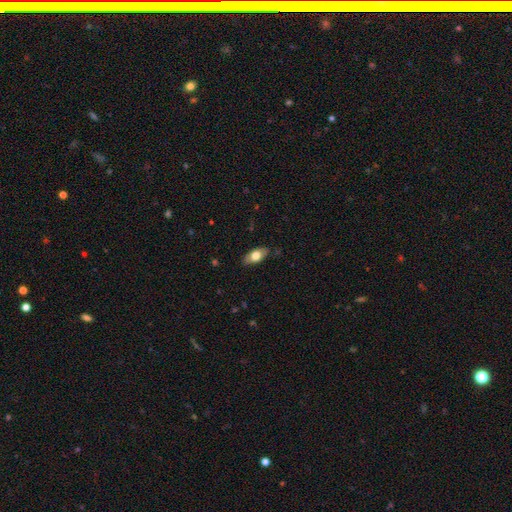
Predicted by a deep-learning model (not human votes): Smooth or featured: smooth — 71% (featured or disk — 23%)
How rounded: in between — 90% (cigar-shaped — 6%)
Merging: none — 82% (minor disturbance — 14%)